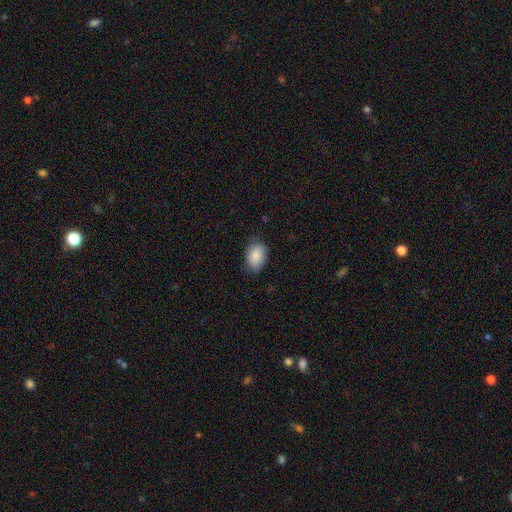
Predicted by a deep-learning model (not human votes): Smooth or featured? Predicted: smooth (p=0.87). How rounded? Predicted: in between (p=0.87). Merging? Predicted: none (p=0.74).